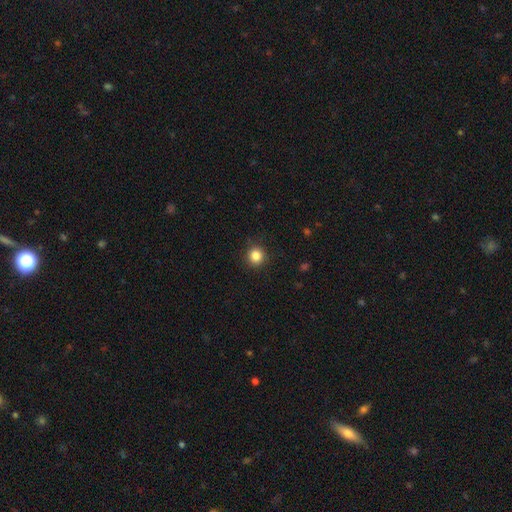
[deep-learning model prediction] The model was most divided on "smooth or featured": smooth: 84%, star or artifact: 11%, featured or disk: 4%. More confident: how rounded — round (92%); merging — none (90%).